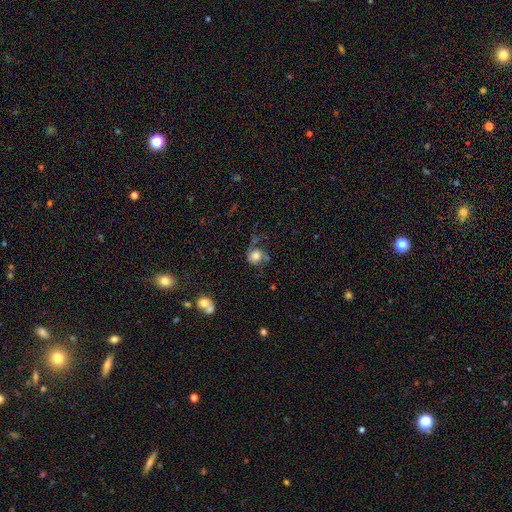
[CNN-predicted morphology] This appears to be a smooth galaxy with no disk features (72%) that is round (78%). Merging: none (50%).